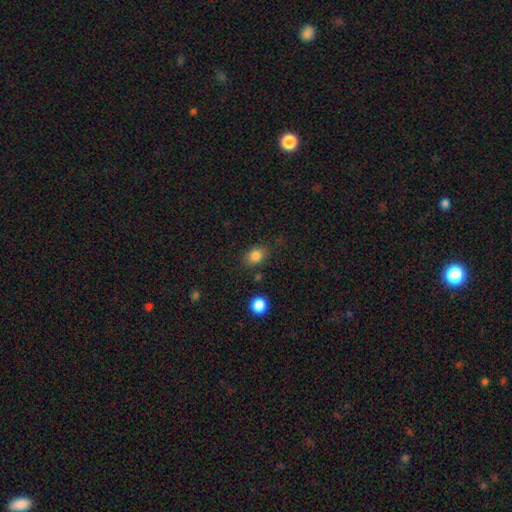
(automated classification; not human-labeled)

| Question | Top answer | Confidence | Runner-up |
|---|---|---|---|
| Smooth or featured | smooth | 83% | star or artifact (11%) |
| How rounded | in between | 59% | round (39%) |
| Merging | none | 78% | minor disturbance (14%) |